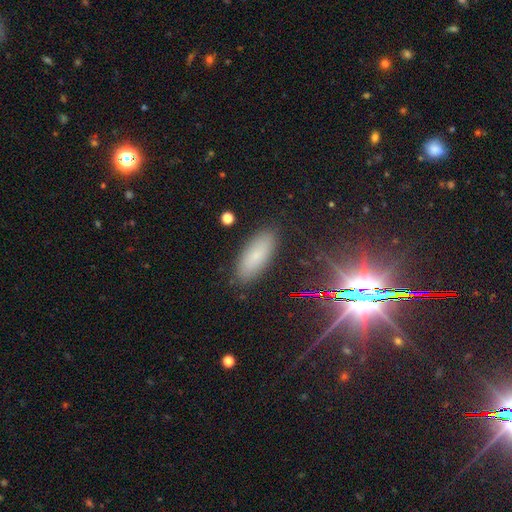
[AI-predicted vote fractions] This is likely a smooth galaxy (66%). How rounded: clearly in between (82%). Merging: clearly none (87%).